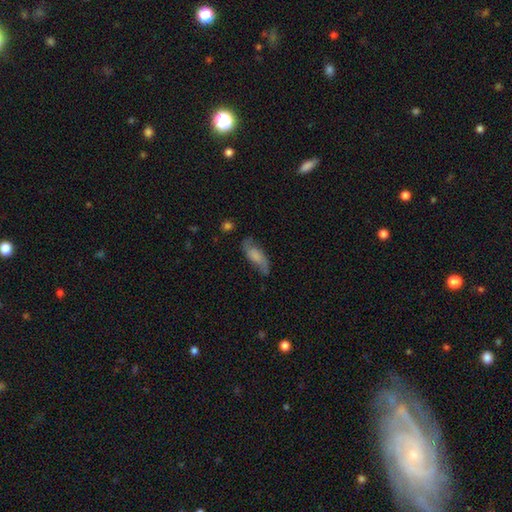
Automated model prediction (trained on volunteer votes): smooth 49%, featured or disk 43%, star or artifact 8%. Down the decision tree: merging — none (67%).